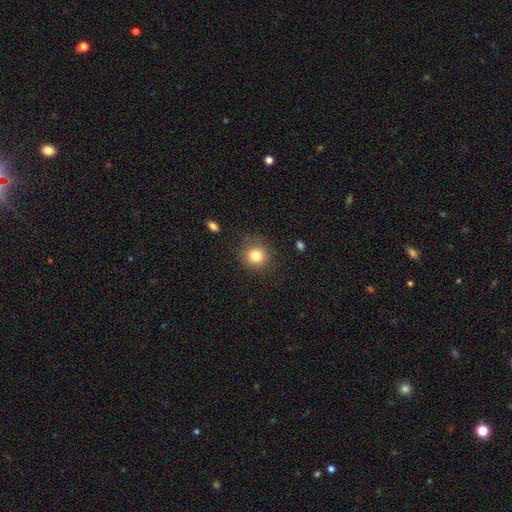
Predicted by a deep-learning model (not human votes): Q: Smooth or featured?
A: smooth (82%); runner-up: star or artifact (11%)
Q: How rounded?
A: round (88%); runner-up: in between (11%)
Q: Merging?
A: none (85%); runner-up: minor disturbance (10%)